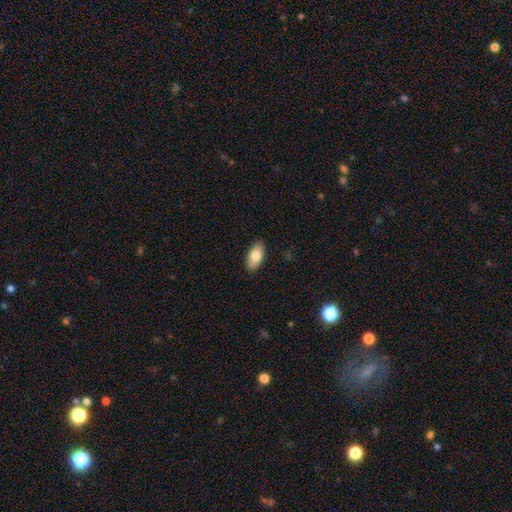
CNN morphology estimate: A smooth galaxy with no disk features (80%) that is in between round and cigar-shaped (93%).

Vote fractions:
- Smooth or featured? smooth: 80% / featured or disk: 14% / star or artifact: 6%
- How rounded? in between: 93% / cigar-shaped: 4% / round: 3%
- Merging? none: 89% / minor disturbance: 9% / major disturbance: 2% / merger: 1%